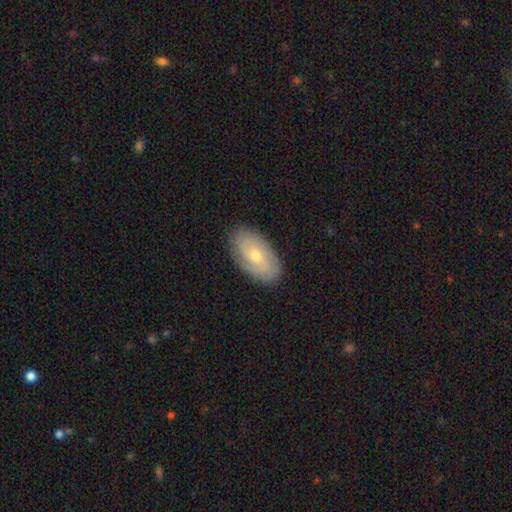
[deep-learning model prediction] A featured or disk galaxy (63%) with no bar (72%), spiral arms (83%) and a small central bulge (54%). Merging: none (85%).